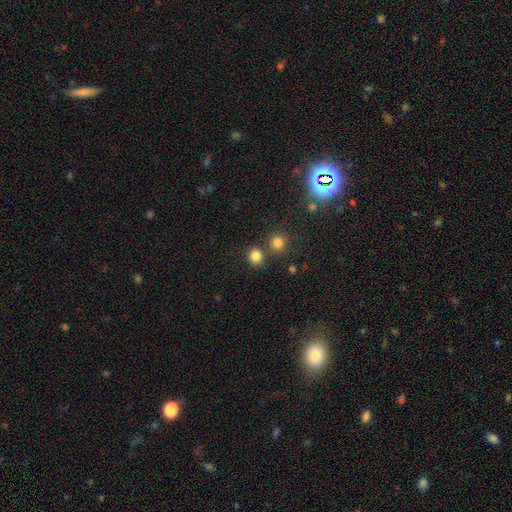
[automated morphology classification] Smooth or featured? Predicted: smooth (p=0.83). How rounded? Predicted: round (p=0.79). Merging? Predicted: none (p=0.71).